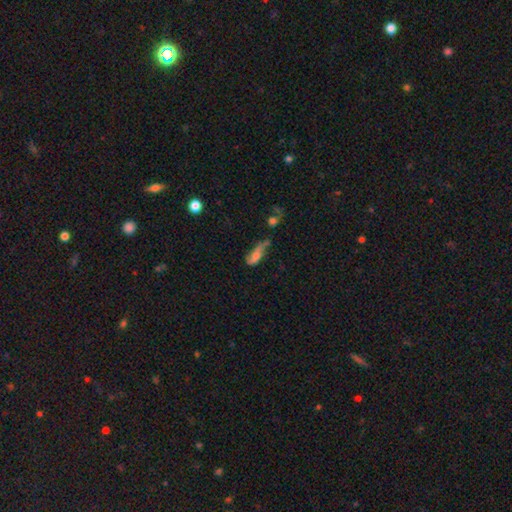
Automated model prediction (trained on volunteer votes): Smooth or featured? Predicted: smooth (p=0.53). How rounded? Predicted: in between (p=0.72). Merging? Predicted: none (p=0.29).